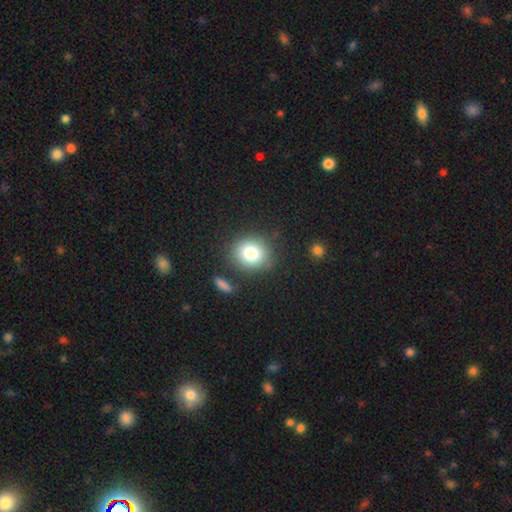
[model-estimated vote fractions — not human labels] Q: Smooth or featured?
A: smooth (71%); runner-up: star or artifact (22%)
Q: How rounded?
A: round (78%); runner-up: in between (21%)
Q: Merging?
A: none (87%); runner-up: minor disturbance (7%)